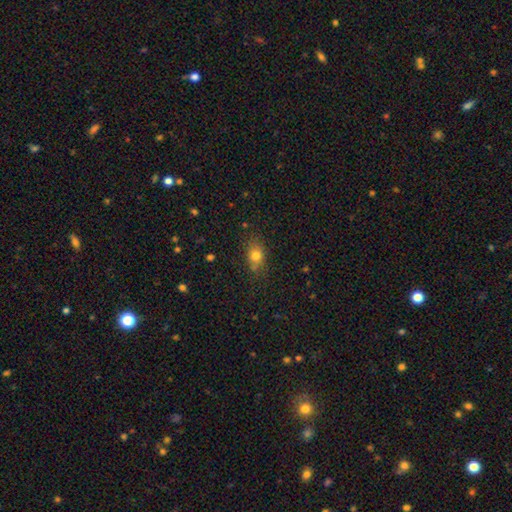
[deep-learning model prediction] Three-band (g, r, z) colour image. It shows a smooth galaxy with no disk features (75%) that is in between round and cigar-shaped (64%). Merging: none (77%).